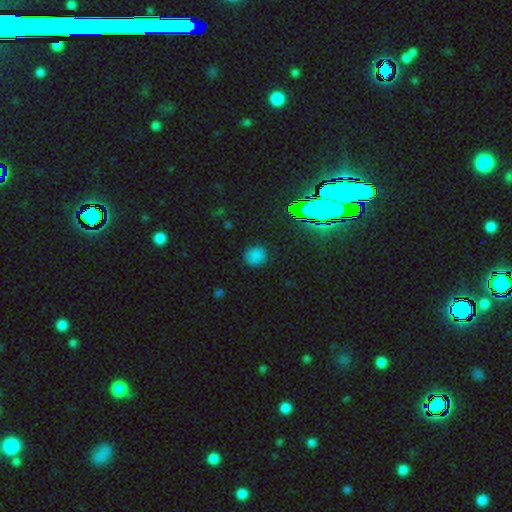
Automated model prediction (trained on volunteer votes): This appears to be a smooth galaxy with no disk features (73%) that is round (89%). Merging: none (87%).